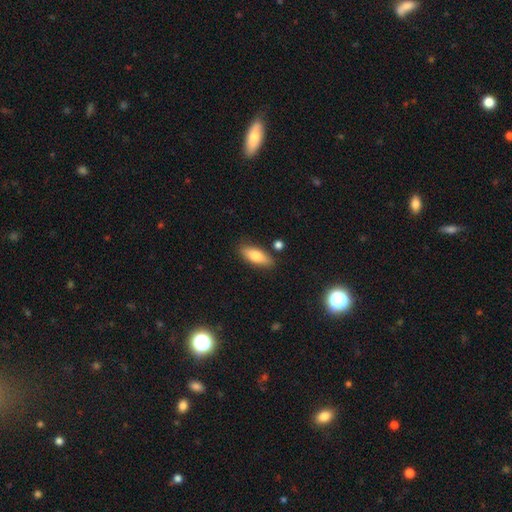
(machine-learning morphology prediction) Smooth or featured? smooth (77%)
How rounded? in between (68%)
Merging? none (82%)